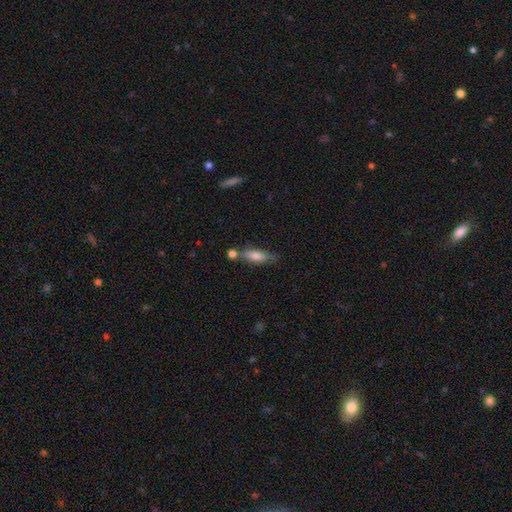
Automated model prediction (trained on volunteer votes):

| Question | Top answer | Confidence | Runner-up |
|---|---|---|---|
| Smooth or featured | smooth | 61% | featured or disk (30%) |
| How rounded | cigar-shaped | 60% | in between (38%) |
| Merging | none | 65% | minor disturbance (18%) |